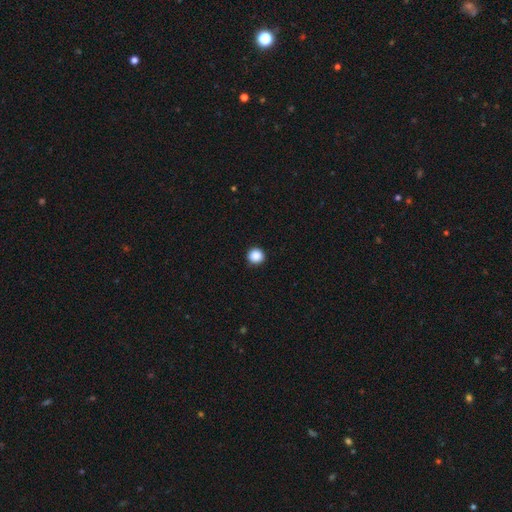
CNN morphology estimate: smooth-or-featured: smooth: 88% | star or artifact: 10% | featured or disk: 2%
  how-rounded: round: 95% | in between: 4% | cigar-shaped: 1%
  merging: none: 93% | minor disturbance: 5% | major disturbance: 1% | merger: 1%